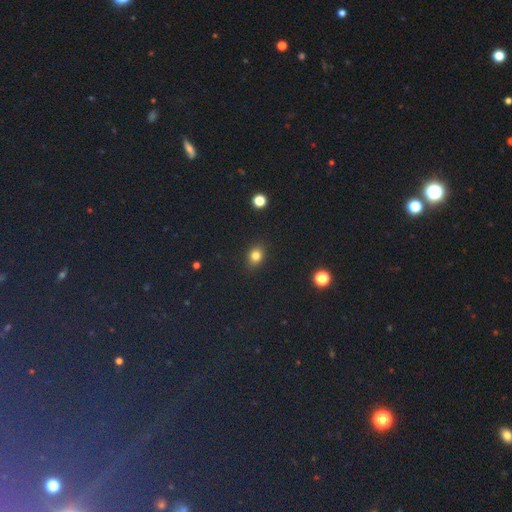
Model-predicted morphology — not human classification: This is clearly a smooth galaxy (81%). How rounded: possibly in between (50%). Merging: clearly none (87%).